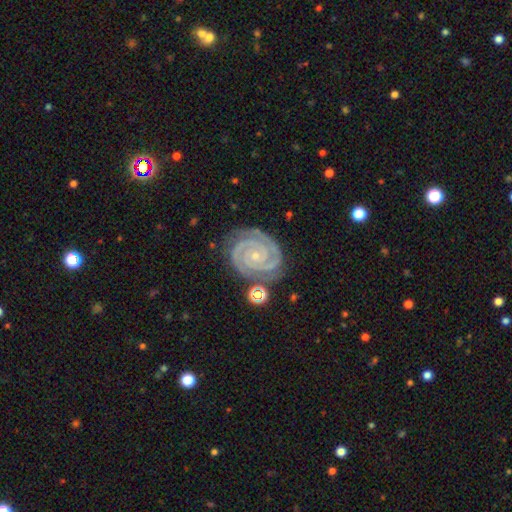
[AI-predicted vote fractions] The model was most divided on "bar": no: 75%, weak: 16%, strong: 9%. More confident: spiral arms — yes (99%); edge-on disk — no (98%); smooth or featured — featured or disk (93%); spiral winding — tight (87%); merging — none (84%); bulge size — small (84%); spiral arm count — 2 (77%).